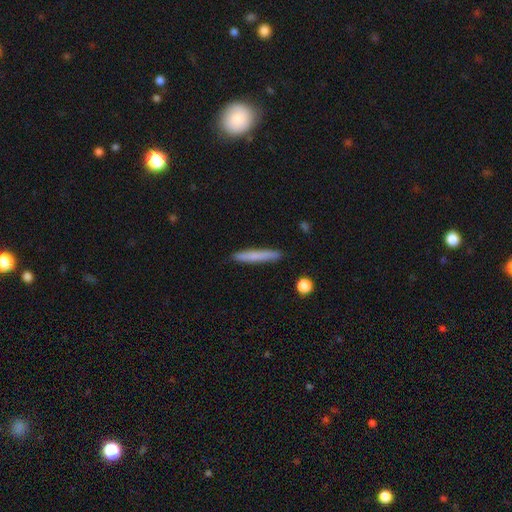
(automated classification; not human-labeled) This appears to be a smooth galaxy with no disk features (75%) that is cigar-shaped (95%). Merging: none (89%).